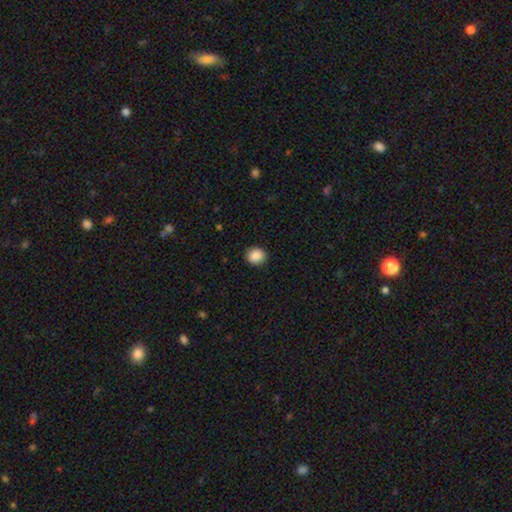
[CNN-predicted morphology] Q: Smooth or featured?
A: smooth (89%); runner-up: star or artifact (9%)
Q: How rounded?
A: round (74%); runner-up: in between (25%)
Q: Merging?
A: none (90%); runner-up: minor disturbance (7%)